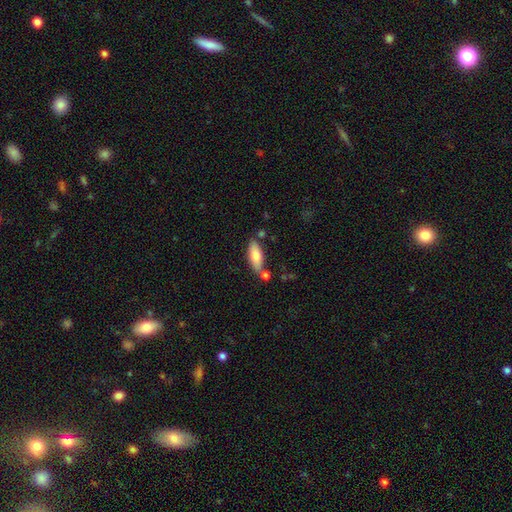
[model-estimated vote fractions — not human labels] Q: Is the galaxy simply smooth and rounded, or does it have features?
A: smooth — 77%.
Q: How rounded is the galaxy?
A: in between — 68%.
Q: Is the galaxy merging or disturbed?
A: none — 70%.